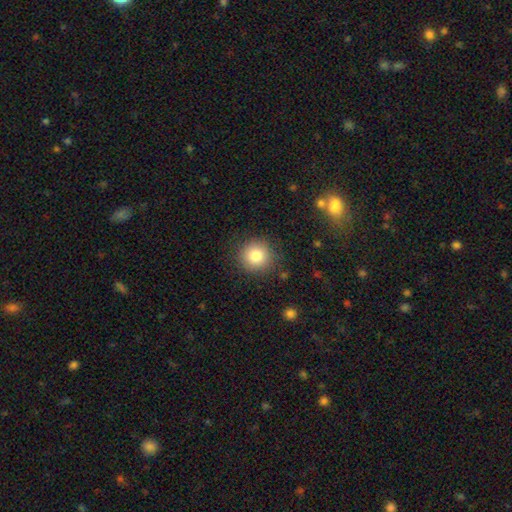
Volunteers were most divided on "merging": none: 87%, minor disturbance: 5%, major disturbance: 5%, merger: 3%. More confident: how rounded — round (97%); smooth or featured — smooth (92%).